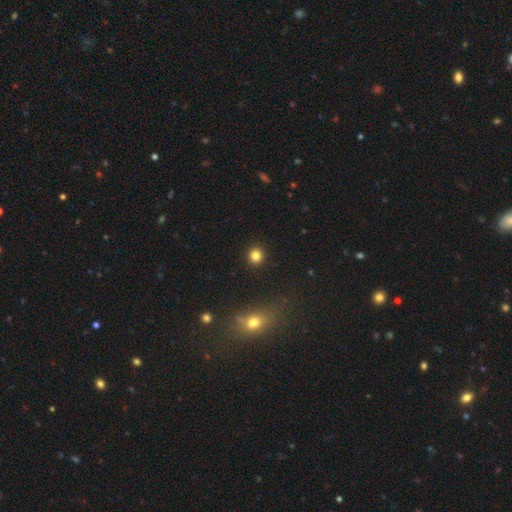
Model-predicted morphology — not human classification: smooth_or_featured: smooth (p=0.82) [alt: star or artifact p=0.13]
how_rounded: round (p=0.91) [alt: in between p=0.08]
merging: none (p=0.93) [alt: minor disturbance p=0.04]